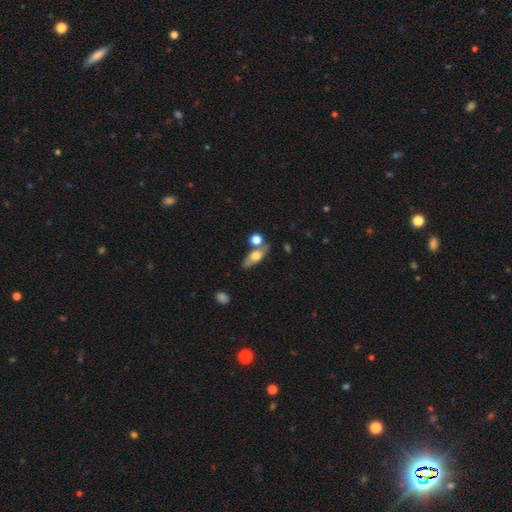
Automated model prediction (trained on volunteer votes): smooth-or-featured: smooth: 60% | featured or disk: 32% | star or artifact: 8%
  how-rounded: in between: 70% | cigar-shaped: 21% | round: 9%
  merging: none: 58% | merger: 21% | minor disturbance: 16% | major disturbance: 6%